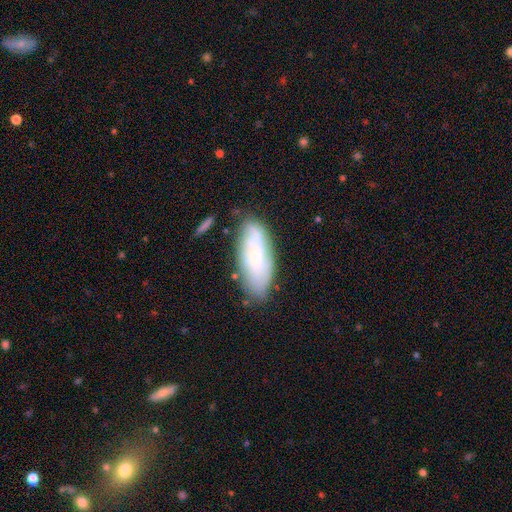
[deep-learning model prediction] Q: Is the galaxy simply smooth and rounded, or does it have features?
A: featured or disk — 48%.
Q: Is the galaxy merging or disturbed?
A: none — 72%.